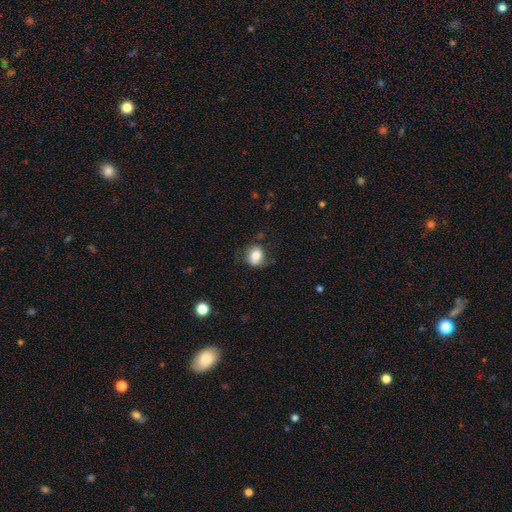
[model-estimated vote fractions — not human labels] Smooth or featured? Predicted: smooth (p=0.80). How rounded? Predicted: round (p=0.57). Merging? Predicted: none (p=0.66).